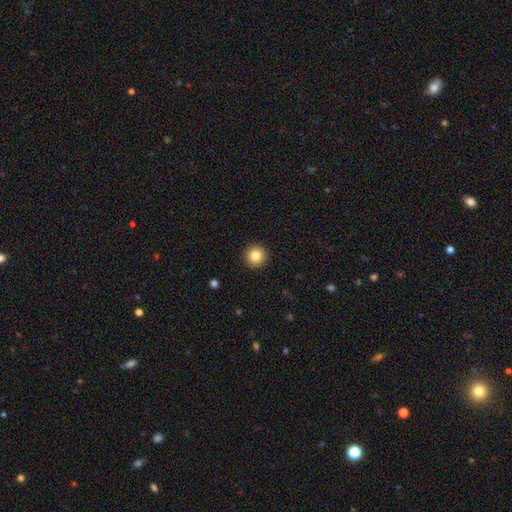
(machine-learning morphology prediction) Smooth or featured? Predicted: smooth (p=0.83). How rounded? Predicted: round (p=0.95). Merging? Predicted: none (p=0.93).